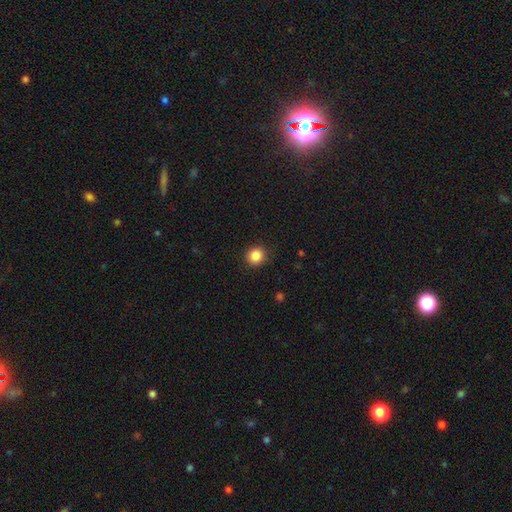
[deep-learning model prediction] The model was most divided on "smooth or featured": smooth: 86%, star or artifact: 10%, featured or disk: 4%. More confident: merging — none (90%); how rounded — round (88%).